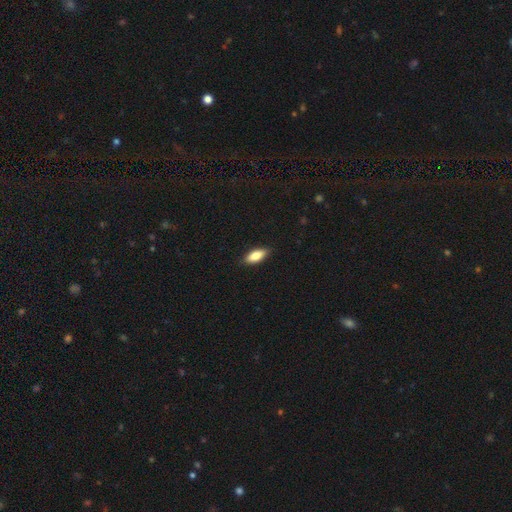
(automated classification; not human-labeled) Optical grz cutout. It shows a smooth galaxy with no disk features (80%) that is in between round and cigar-shaped (78%). Merging: none (86%).